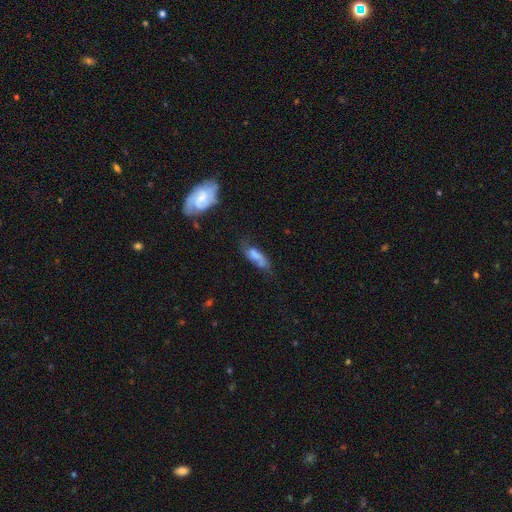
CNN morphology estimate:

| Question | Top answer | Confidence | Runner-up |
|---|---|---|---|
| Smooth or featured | smooth | 57% | featured or disk (33%) |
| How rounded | in between | 61% | cigar-shaped (35%) |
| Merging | none | 40% | minor disturbance (29%) |